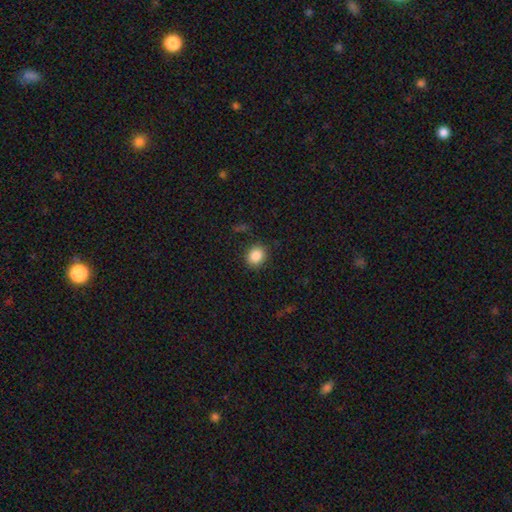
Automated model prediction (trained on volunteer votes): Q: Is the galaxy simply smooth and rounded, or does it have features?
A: smooth — 86%.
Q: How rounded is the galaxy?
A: round — 69%.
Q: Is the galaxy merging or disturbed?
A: none — 87%.